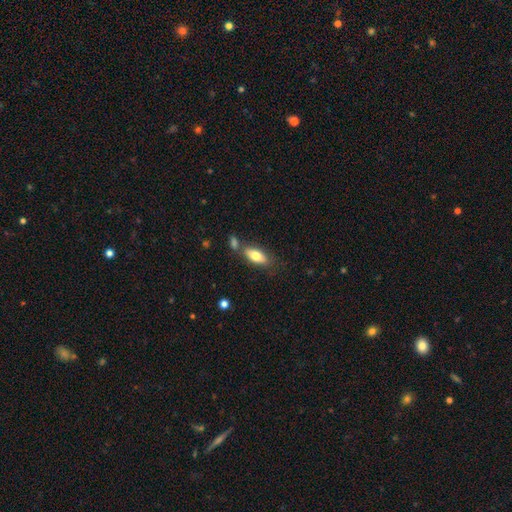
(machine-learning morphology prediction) Smooth or featured: smooth — 75% (featured or disk — 19%)
How rounded: in between — 84% (cigar-shaped — 13%)
Merging: none — 63% (merger — 17%)